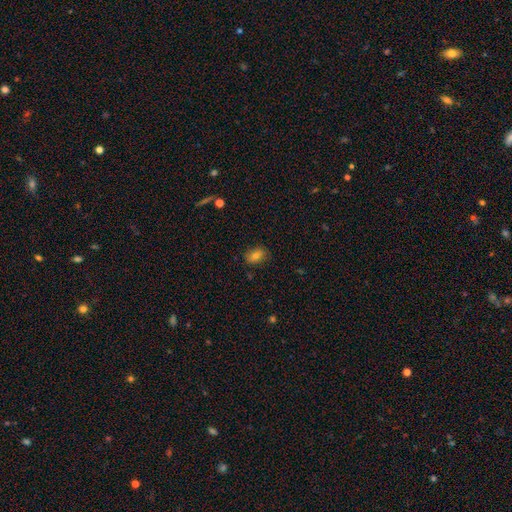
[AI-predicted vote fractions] Q: Smooth or featured?
A: smooth (77%); runner-up: featured or disk (12%)
Q: How rounded?
A: in between (76%); runner-up: round (22%)
Q: Merging?
A: none (83%); runner-up: minor disturbance (13%)